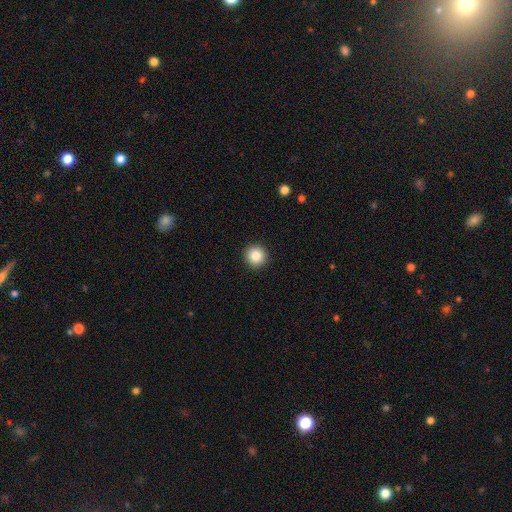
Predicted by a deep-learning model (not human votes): This appears to be a smooth galaxy with no disk features (85%) that is round (96%). Merging: none (93%).